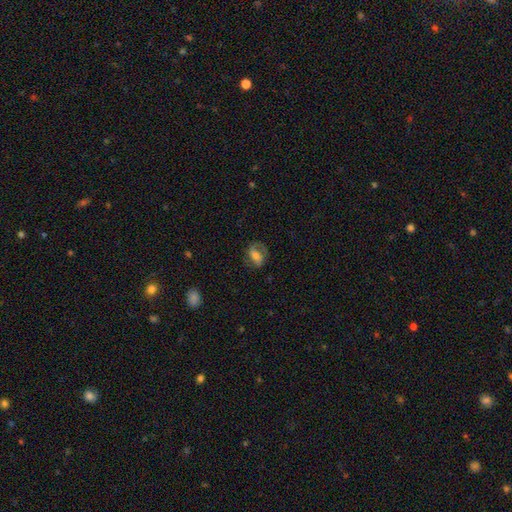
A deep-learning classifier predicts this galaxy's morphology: A smooth galaxy with no disk features (49%).

Vote fractions:
- Smooth or featured? smooth: 49% / featured or disk: 42% / star or artifact: 9%
- Merging? none: 63% / minor disturbance: 21% / major disturbance: 14% / merger: 2%